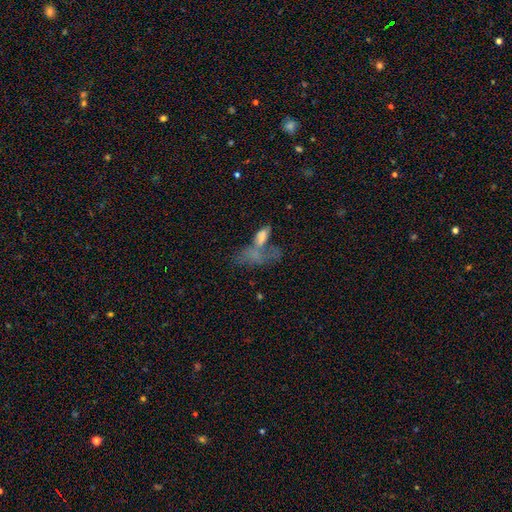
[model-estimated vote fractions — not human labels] This appears to be a smooth galaxy with no disk features (41%). Merging: merger (33%).